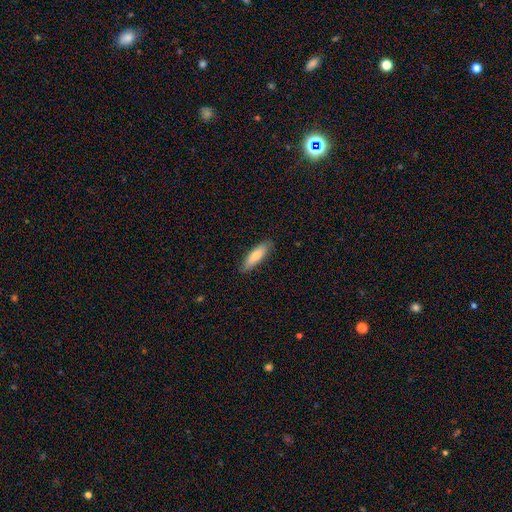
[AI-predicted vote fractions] Q: Smooth or featured?
A: smooth (79%); runner-up: featured or disk (15%)
Q: How rounded?
A: cigar-shaped (59%); runner-up: in between (40%)
Q: Merging?
A: none (86%); runner-up: minor disturbance (11%)